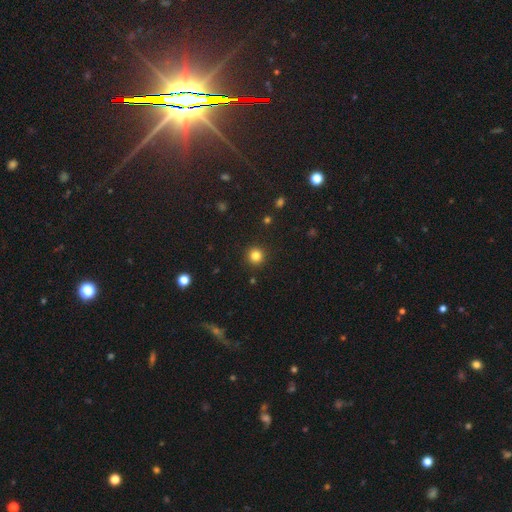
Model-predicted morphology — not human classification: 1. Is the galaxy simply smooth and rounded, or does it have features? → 82% smooth, 13% star or artifact, 5% featured or disk.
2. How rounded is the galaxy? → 95% round, 4% in between, 1% cigar-shaped.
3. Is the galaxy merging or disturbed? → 92% none, 5% minor disturbance, 2% major disturbance, 1% merger.